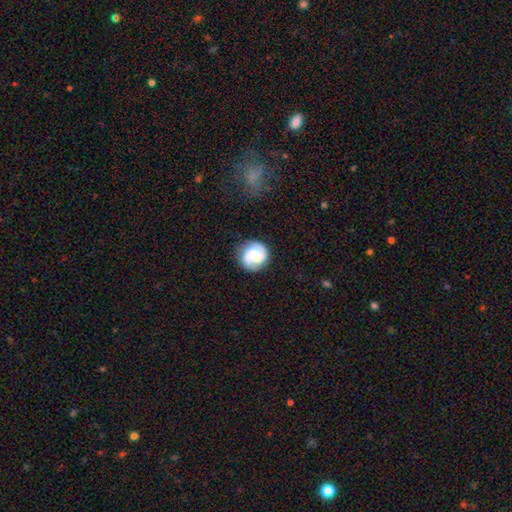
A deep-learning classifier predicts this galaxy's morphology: This appears to be a featured or disk galaxy (66%) with a weak bar (46%), 2 (76%) medium (41%) spiral arms (86%) and a moderate central bulge (39%). Merging: none (76%).